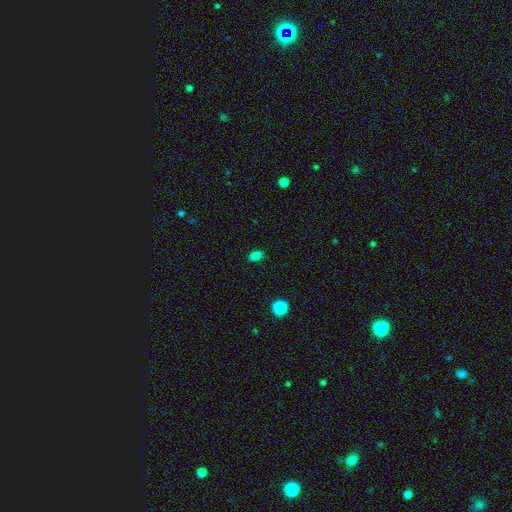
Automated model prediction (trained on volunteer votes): smooth-or-featured: smooth: 82% | star or artifact: 14% | featured or disk: 4%
  how-rounded: in between: 81% | round: 17% | cigar-shaped: 2%
  merging: none: 86% | minor disturbance: 10% | major disturbance: 2% | merger: 1%